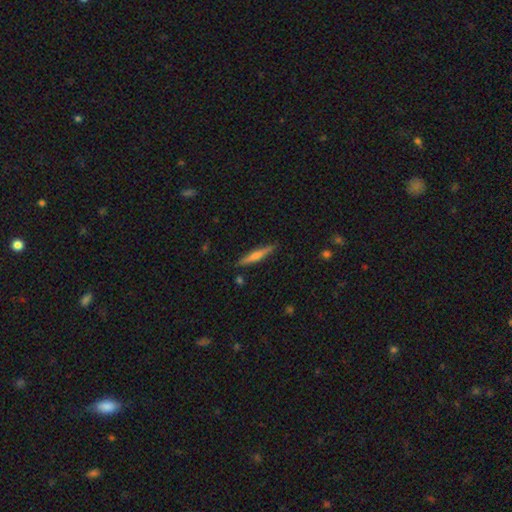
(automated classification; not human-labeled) A smooth galaxy with no disk features (48%). Merging: none (89%).